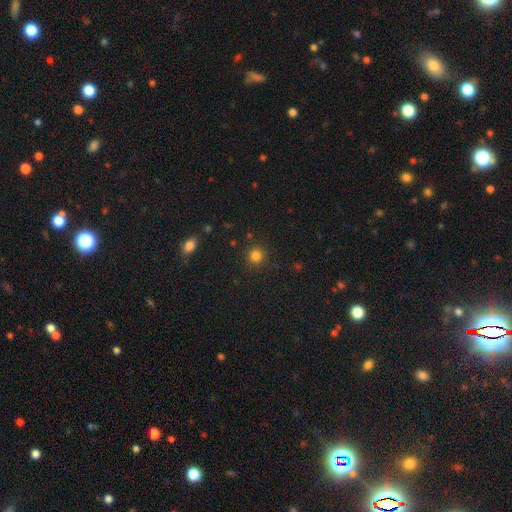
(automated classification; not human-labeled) Smooth or featured?
  - smooth: 82% *
  - star or artifact: 14%
  - featured or disk: 4%
How rounded?
  - round: 91% *
  - in between: 8%
  - cigar-shaped: 1%
Merging?
  - none: 89% *
  - minor disturbance: 7%
  - major disturbance: 3%
  - merger: 2%